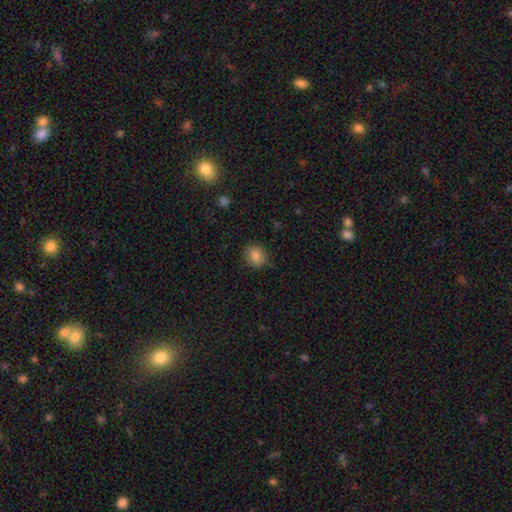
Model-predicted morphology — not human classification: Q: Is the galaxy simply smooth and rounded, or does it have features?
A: smooth — 84%.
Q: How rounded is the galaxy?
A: round — 70%.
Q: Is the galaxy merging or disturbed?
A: none — 83%.